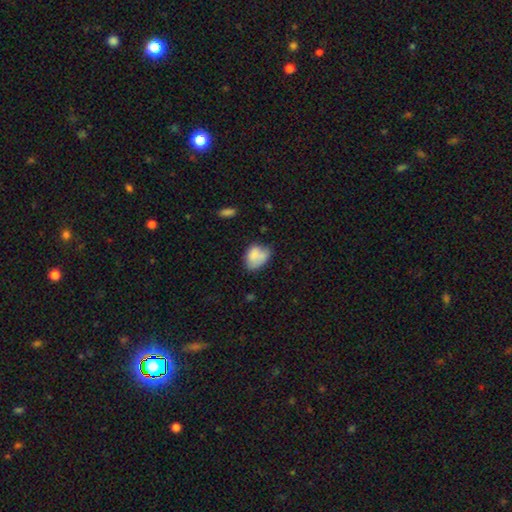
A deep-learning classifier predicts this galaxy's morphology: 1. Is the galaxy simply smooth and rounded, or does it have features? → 76% smooth, 16% featured or disk, 9% star or artifact.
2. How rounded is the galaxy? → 70% in between, 29% round, 1% cigar-shaped.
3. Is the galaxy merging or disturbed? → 40% none, 32% minor disturbance, 15% merger, 13% major disturbance.